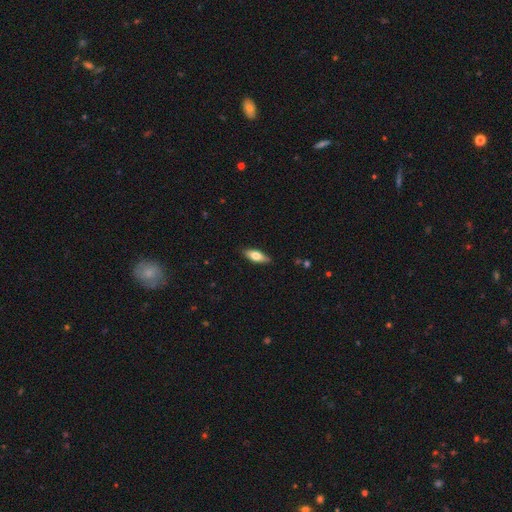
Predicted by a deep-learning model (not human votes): Smooth or featured? smooth (65%)
How rounded? in between (68%)
Merging? none (87%)